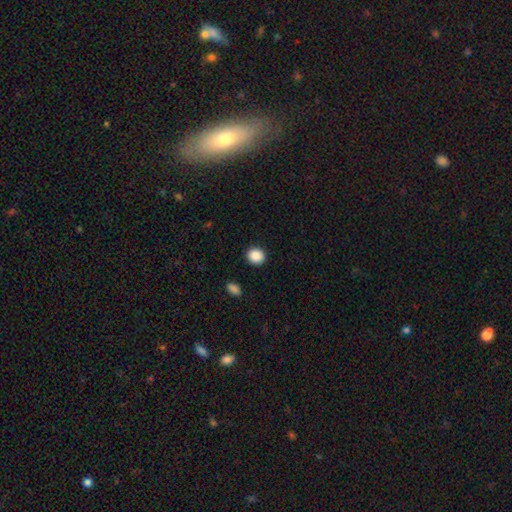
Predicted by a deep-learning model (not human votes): smooth-or-featured: smooth: 89% | star or artifact: 8% | featured or disk: 3%
  how-rounded: round: 78% | in between: 21% | cigar-shaped: 1%
  merging: none: 91% | minor disturbance: 6% | major disturbance: 2% | merger: 1%